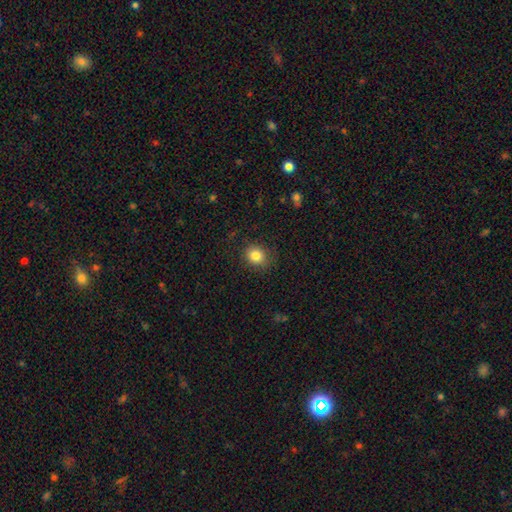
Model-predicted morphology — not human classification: Smooth or featured? smooth (83%)
How rounded? round (75%)
Merging? none (85%)